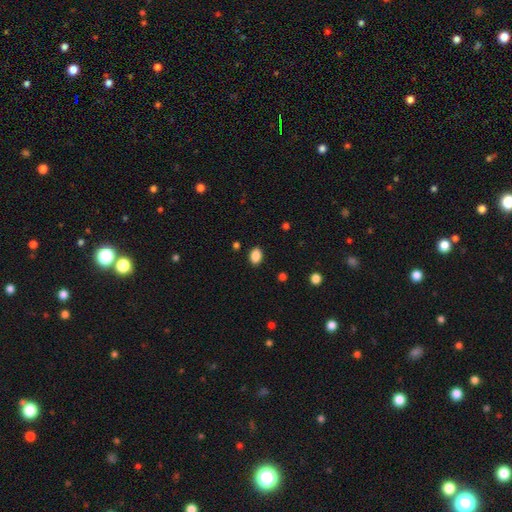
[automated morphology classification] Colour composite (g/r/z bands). It shows a smooth galaxy with no disk features (88%) that is in between round and cigar-shaped (79%). Merging: none (89%).